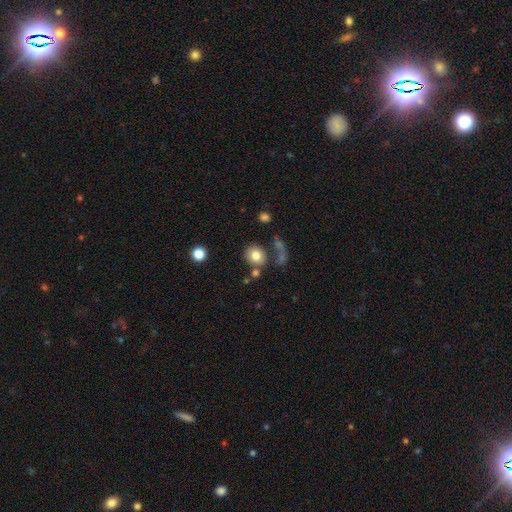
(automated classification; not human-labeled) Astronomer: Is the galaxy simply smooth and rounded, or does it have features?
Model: smooth — 80%.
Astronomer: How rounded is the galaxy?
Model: round — 73%.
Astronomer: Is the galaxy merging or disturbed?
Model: none — 69%.